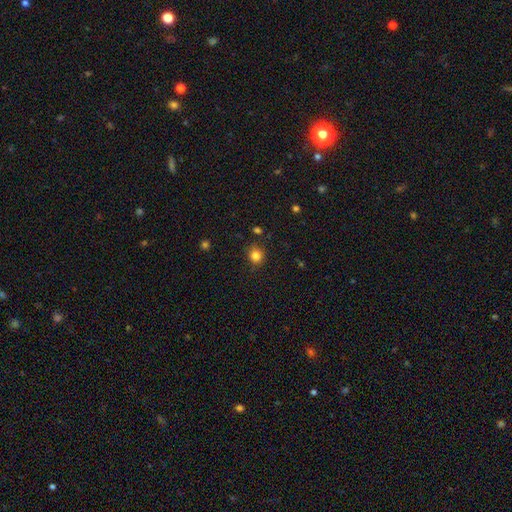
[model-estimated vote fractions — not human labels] Smooth or featured? Predicted: smooth (p=0.82). How rounded? Predicted: round (p=0.86). Merging? Predicted: none (p=0.84).